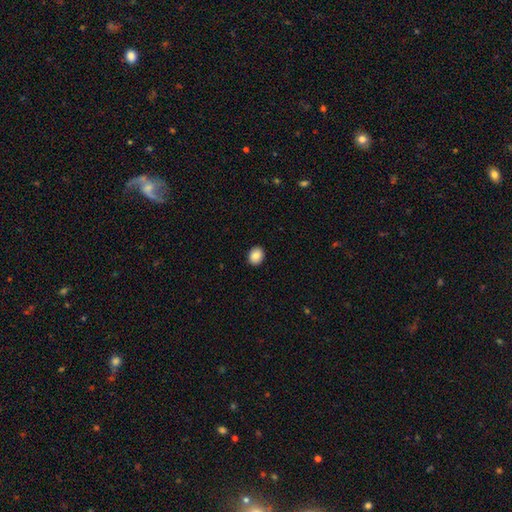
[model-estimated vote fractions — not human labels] Smooth or featured: smooth — 87% (star or artifact — 8%)
How rounded: round — 54% (in between — 45%)
Merging: none — 91% (minor disturbance — 6%)